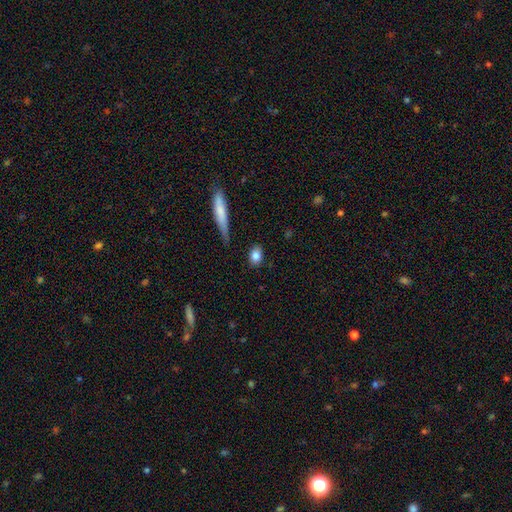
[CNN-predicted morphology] smooth 83%, featured or disk 9%, star or artifact 8%. Down the decision tree: how rounded — in between (66%); merging — none (84%).